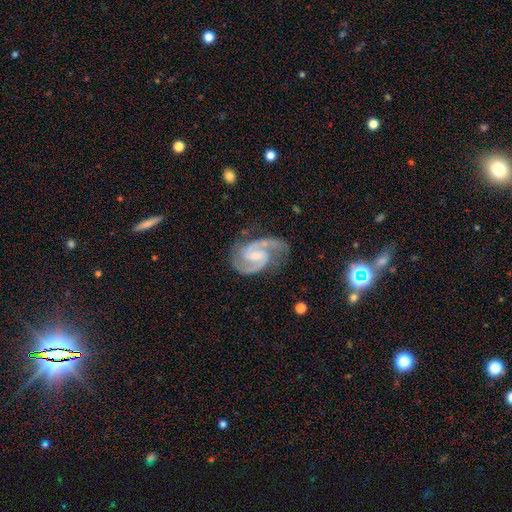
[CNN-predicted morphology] A featured or disk galaxy (92%) with a weak bar (53%), 2 (93%) medium (62%) spiral arms (98%) and no central bulge (40%). Merging: none (72%).